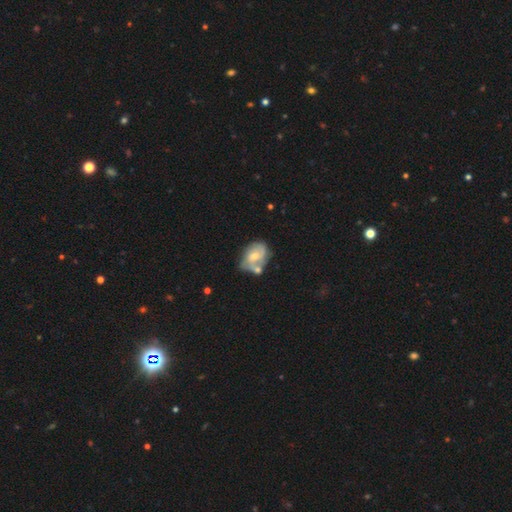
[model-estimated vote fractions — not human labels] Smooth or featured: featured or disk — 60% (smooth — 33%)
Edge-on disk: no — 97% (yes — 3%)
Bar: no — 63% (weak — 32%)
Spiral arms: yes — 74% (no — 26%)
Bulge size: moderate — 53% (small — 39%)
Merging: merger — 34% (none — 33%)